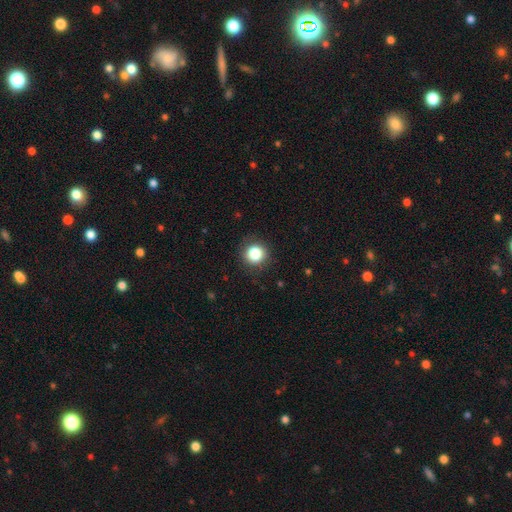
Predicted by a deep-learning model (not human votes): smooth 82%, star or artifact 12%, featured or disk 6%. Down the decision tree: how rounded — round (92%); merging — none (91%).